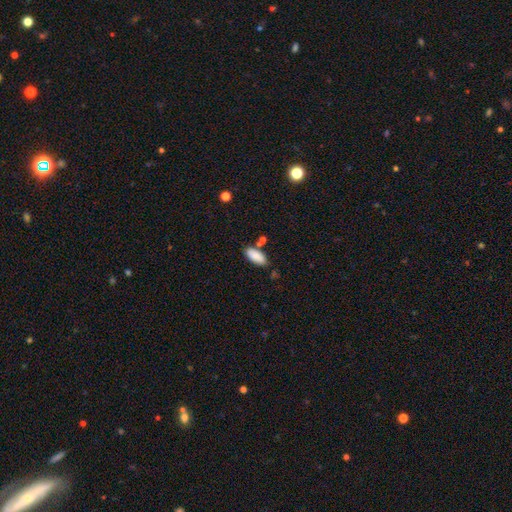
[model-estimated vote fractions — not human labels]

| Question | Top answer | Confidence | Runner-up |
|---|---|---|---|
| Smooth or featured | smooth | 87% | star or artifact (7%) |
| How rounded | in between | 84% | cigar-shaped (14%) |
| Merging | none | 74% | minor disturbance (13%) |